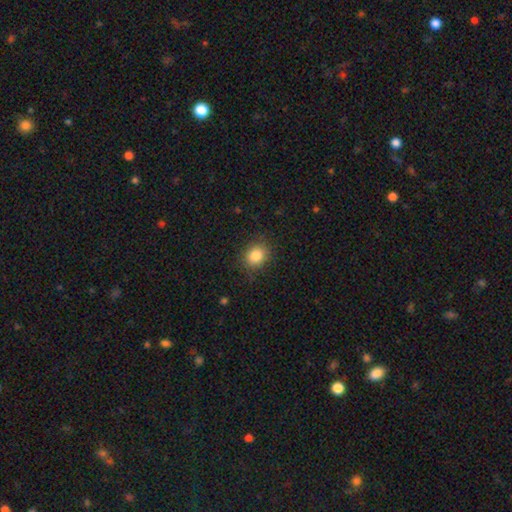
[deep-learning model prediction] Morphology: type=smooth (84%); roundness=round (69%); merging=none (85%).